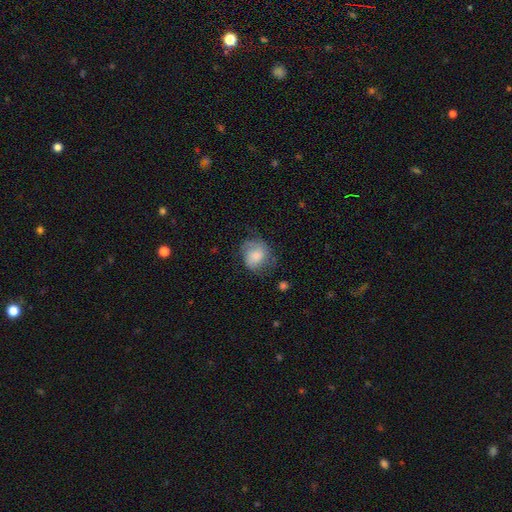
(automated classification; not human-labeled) smooth_or_featured: smooth (p=0.66) [alt: featured or disk p=0.27]
how_rounded: round (p=0.65) [alt: in between p=0.34]
merging: none (p=0.49) [alt: minor disturbance p=0.31]